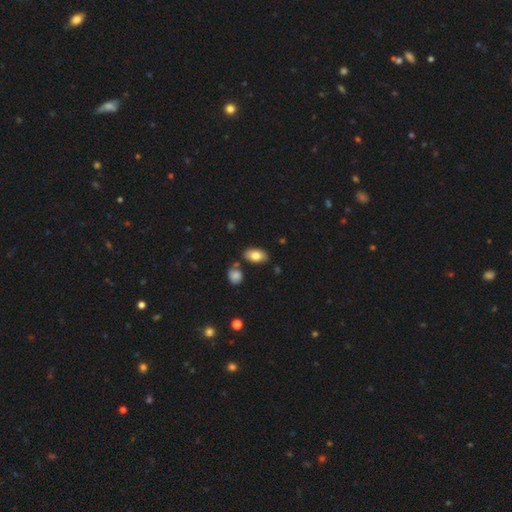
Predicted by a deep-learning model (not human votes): Q: Smooth or featured?
A: smooth (80%); runner-up: featured or disk (13%)
Q: How rounded?
A: in between (92%); runner-up: round (6%)
Q: Merging?
A: none (79%); runner-up: minor disturbance (12%)